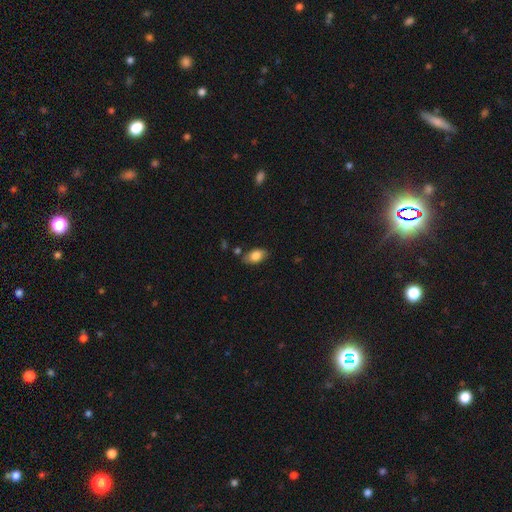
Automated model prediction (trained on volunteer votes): Q: Smooth or featured?
A: smooth (83%); runner-up: featured or disk (10%)
Q: How rounded?
A: in between (92%); runner-up: round (6%)
Q: Merging?
A: none (76%); runner-up: minor disturbance (16%)